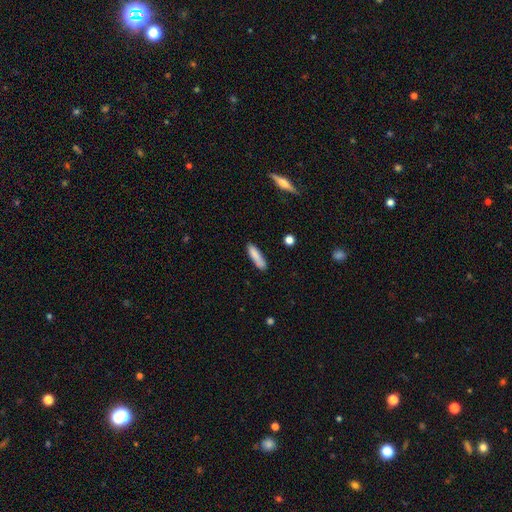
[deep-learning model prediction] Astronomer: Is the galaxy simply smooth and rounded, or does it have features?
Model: smooth — 85%.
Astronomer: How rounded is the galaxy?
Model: cigar-shaped — 73%.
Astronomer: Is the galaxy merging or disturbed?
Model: none — 80%.